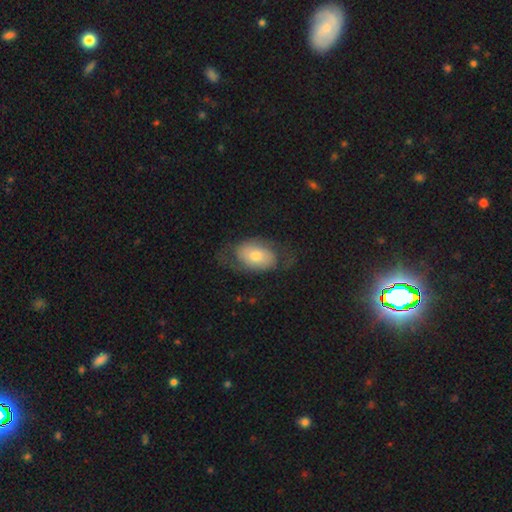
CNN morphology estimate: This appears to be a smooth galaxy with no disk features (47%). Merging: none (59%).